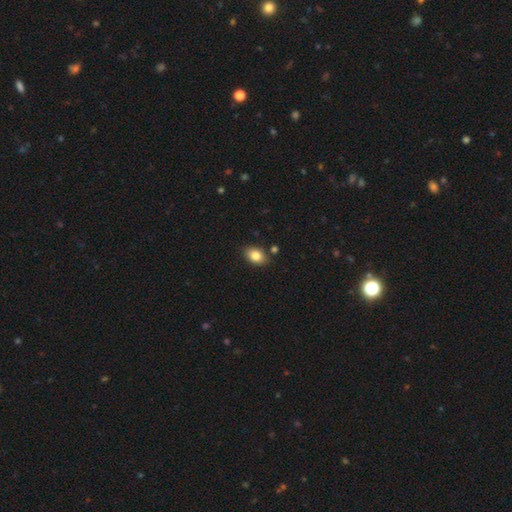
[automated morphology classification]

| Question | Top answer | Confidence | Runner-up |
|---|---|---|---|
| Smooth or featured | smooth | 83% | star or artifact (9%) |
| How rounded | in between | 82% | round (17%) |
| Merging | none | 84% | minor disturbance (10%) |